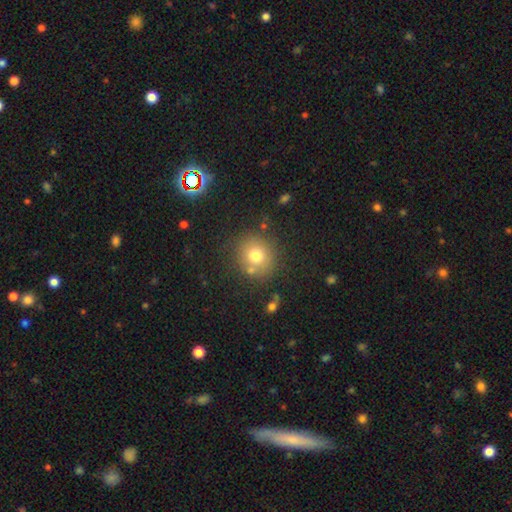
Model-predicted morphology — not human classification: A smooth galaxy with no disk features (74%) that is round (86%). Merging: none (78%).